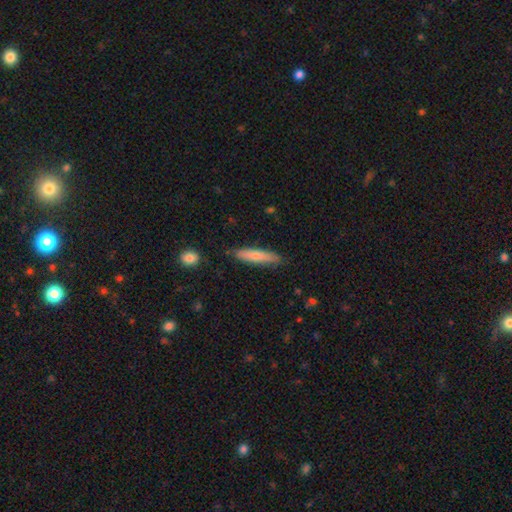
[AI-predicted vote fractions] Smooth or featured: smooth — 71% (featured or disk — 23%)
How rounded: cigar-shaped — 80% (in between — 18%)
Merging: none — 83% (minor disturbance — 13%)